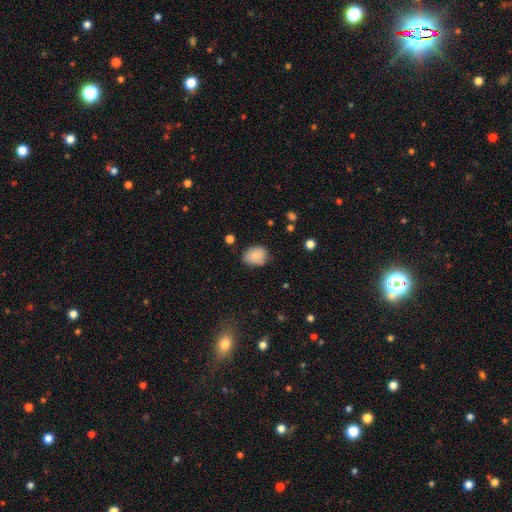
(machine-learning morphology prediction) Overall: smooth (86%). How rounded: in between (61%; round 38%). Merging: none (74%).